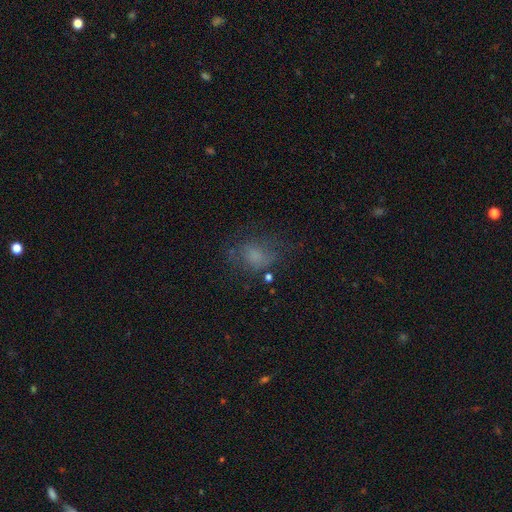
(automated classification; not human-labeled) Smooth or featured? smooth (62%)
How rounded? in between (56%)
Merging? none (53%)